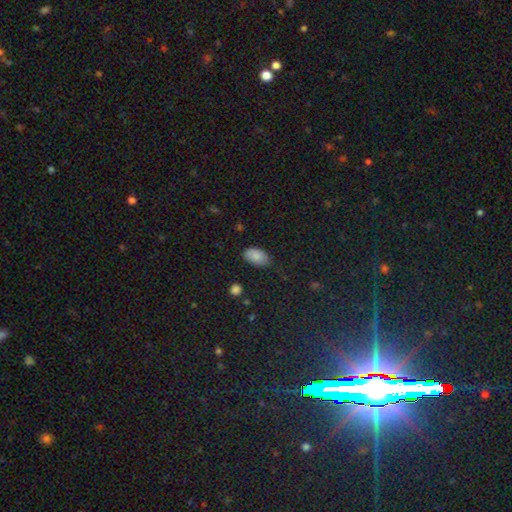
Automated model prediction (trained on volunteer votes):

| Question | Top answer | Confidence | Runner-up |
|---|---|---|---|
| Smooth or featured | smooth | 86% | star or artifact (8%) |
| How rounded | in between | 93% | round (6%) |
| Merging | none | 78% | minor disturbance (17%) |